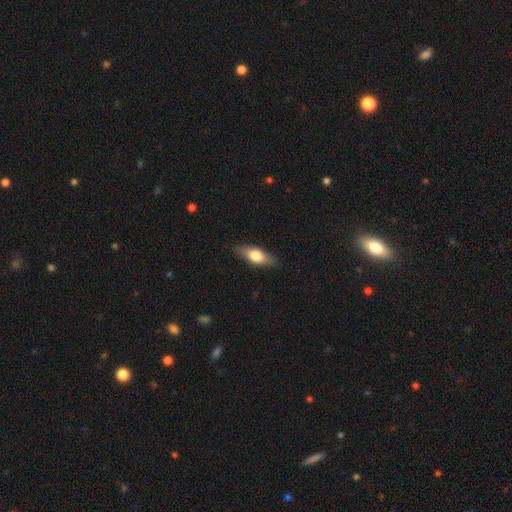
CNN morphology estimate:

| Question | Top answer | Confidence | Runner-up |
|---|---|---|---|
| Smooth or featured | smooth | 63% | featured or disk (31%) |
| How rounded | in between | 69% | cigar-shaped (27%) |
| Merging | none | 86% | minor disturbance (11%) |